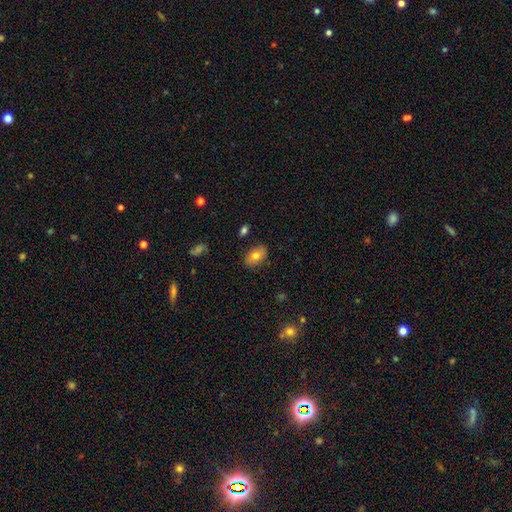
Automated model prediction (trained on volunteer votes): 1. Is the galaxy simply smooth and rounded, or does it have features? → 76% smooth, 16% featured or disk, 8% star or artifact.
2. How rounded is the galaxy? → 86% in between, 12% round, 2% cigar-shaped.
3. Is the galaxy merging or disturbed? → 83% none, 12% minor disturbance, 3% major disturbance, 2% merger.